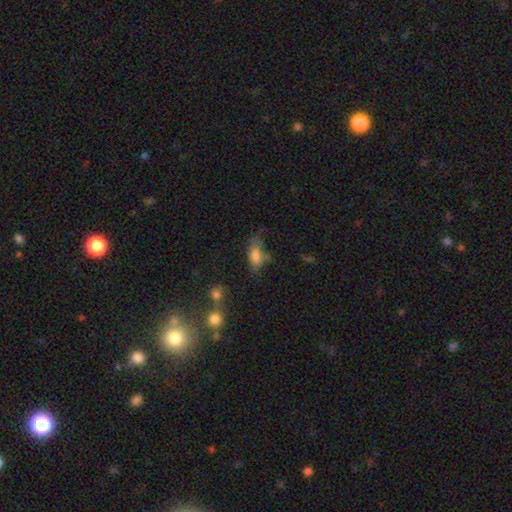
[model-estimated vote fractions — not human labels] A smooth galaxy with no disk features (77%) that is in between round and cigar-shaped (83%). Merging: none (43%).